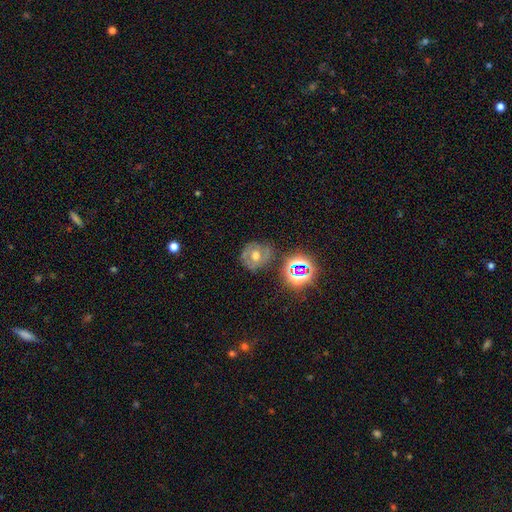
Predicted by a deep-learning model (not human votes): Smooth or featured? featured or disk (47%)
Merging? none (69%)